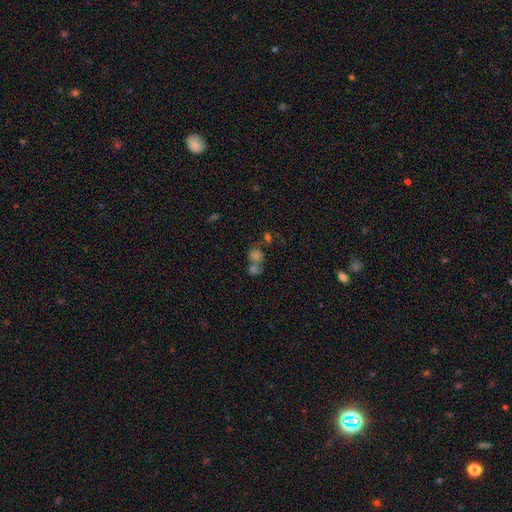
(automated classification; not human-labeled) Morphology: type=smooth (59%); roundness=round (65%); merging=merger (46%).